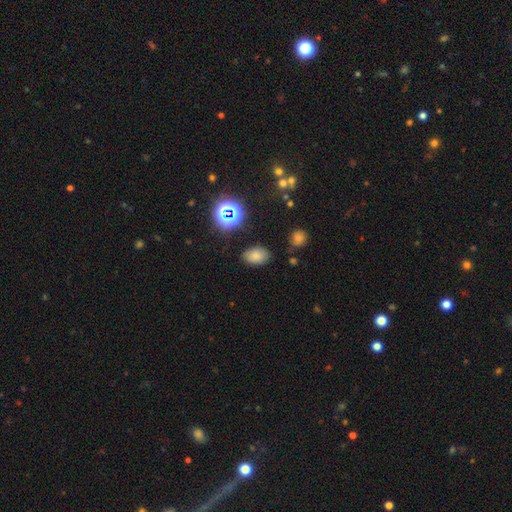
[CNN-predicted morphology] smooth_or_featured: smooth (p=0.73) [alt: star or artifact p=0.18]
how_rounded: in between (p=0.86) [alt: round p=0.13]
merging: none (p=0.81) [alt: minor disturbance p=0.13]